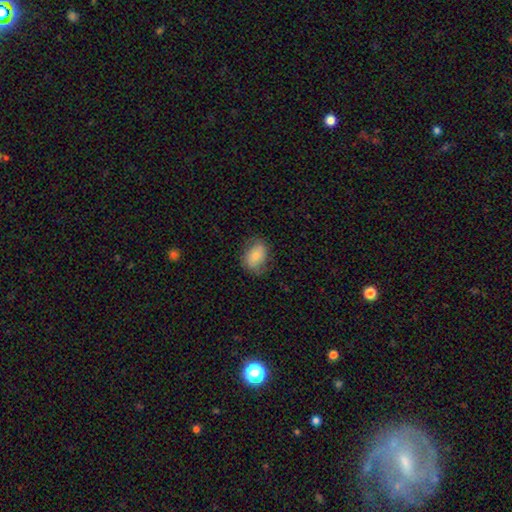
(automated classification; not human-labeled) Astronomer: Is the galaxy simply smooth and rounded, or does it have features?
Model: smooth — 67%.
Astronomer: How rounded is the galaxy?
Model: in between — 70%.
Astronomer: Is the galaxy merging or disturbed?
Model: none — 72%.